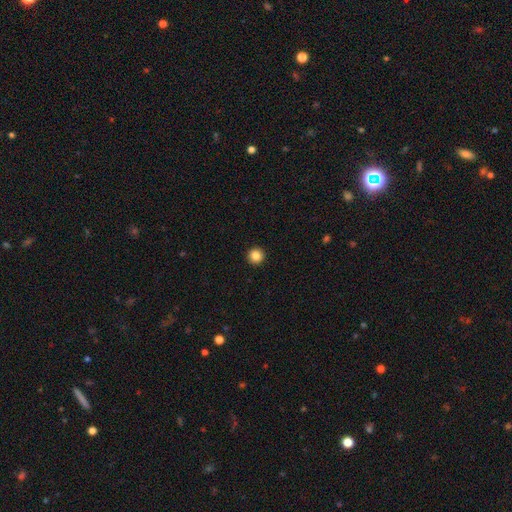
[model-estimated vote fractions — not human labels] This is clearly a smooth galaxy (86%). How rounded: clearly round (96%). Merging: clearly none (94%).